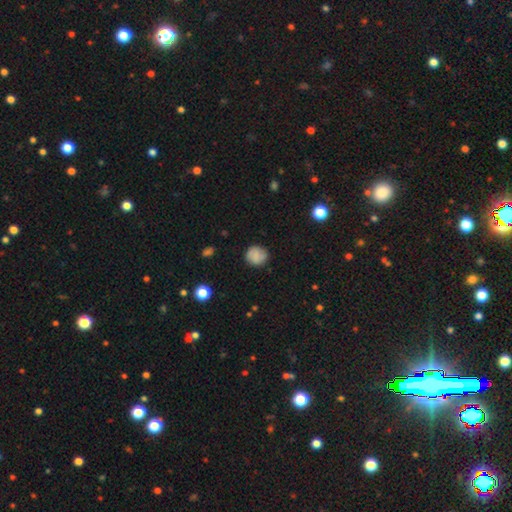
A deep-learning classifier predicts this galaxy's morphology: Overall: smooth (79%). How rounded: round (88%). Merging: none (82%).